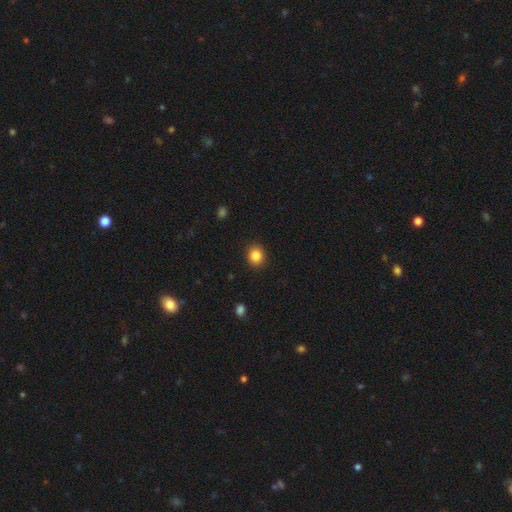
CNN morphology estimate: Smooth or featured? Predicted: smooth (p=0.86). How rounded? Predicted: round (p=0.74). Merging? Predicted: none (p=0.90).